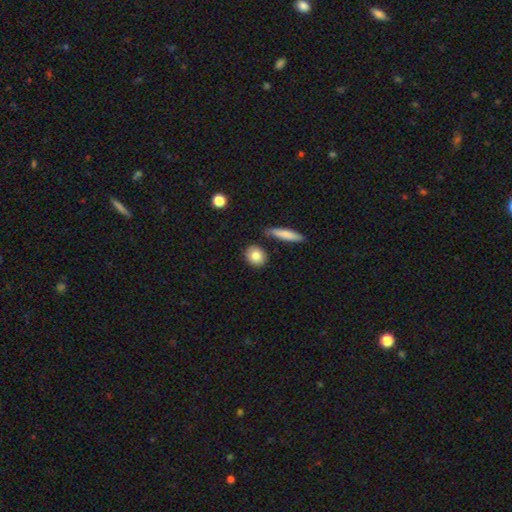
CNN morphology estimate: Smooth or featured: smooth — 82% (featured or disk — 10%)
How rounded: round — 67% (in between — 29%)
Merging: none — 82% (minor disturbance — 10%)